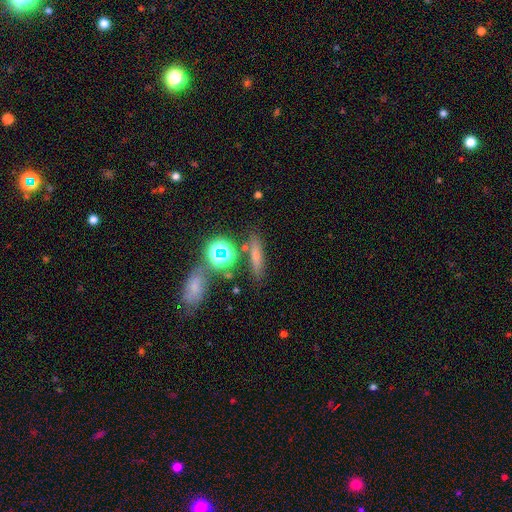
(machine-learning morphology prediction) smooth_or_featured: smooth (p=0.63) [alt: star or artifact p=0.22]
how_rounded: cigar-shaped (p=0.64) [alt: in between p=0.23]
merging: none (p=0.78) [alt: minor disturbance p=0.11]